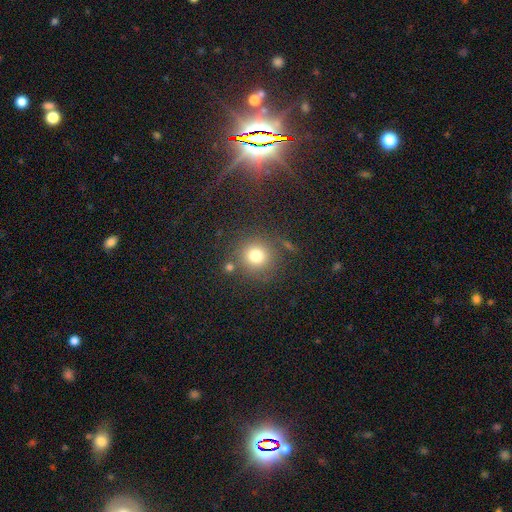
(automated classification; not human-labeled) This appears to be a smooth galaxy with no disk features (77%) that is round (90%). Merging: none (78%).